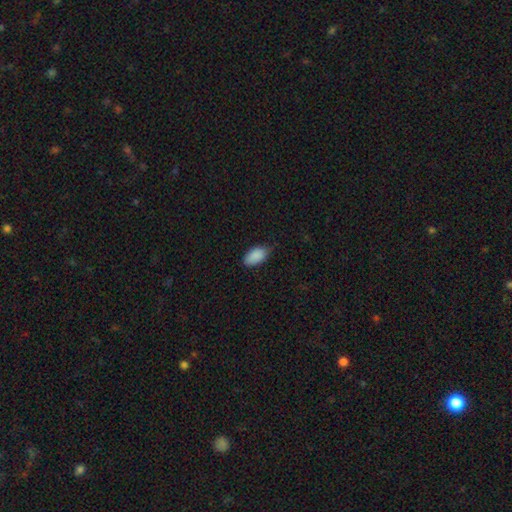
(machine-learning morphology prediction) smooth_or_featured: smooth (p=0.89) [alt: star or artifact p=0.07]
how_rounded: in between (p=0.94) [alt: round p=0.03]
merging: none (p=0.73) [alt: minor disturbance p=0.22]